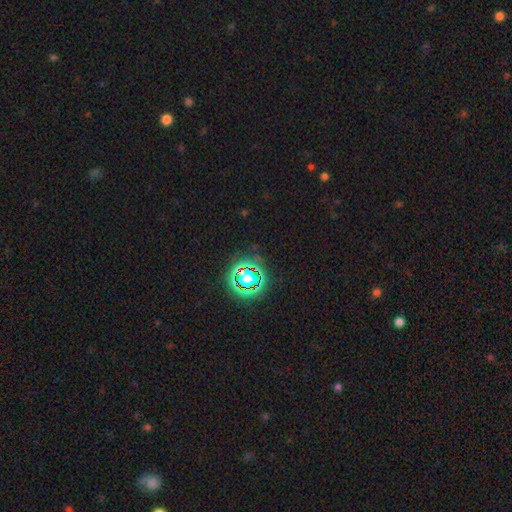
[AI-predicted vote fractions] This is likely a star or artifact rather than a galaxy (80%).